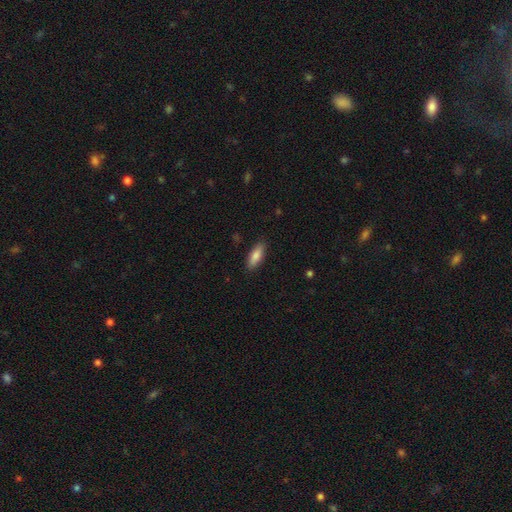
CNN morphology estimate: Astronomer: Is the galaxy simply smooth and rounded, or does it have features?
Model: smooth — 84%.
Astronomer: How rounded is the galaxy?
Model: in between — 66%.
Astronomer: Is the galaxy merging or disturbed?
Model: none — 87%.